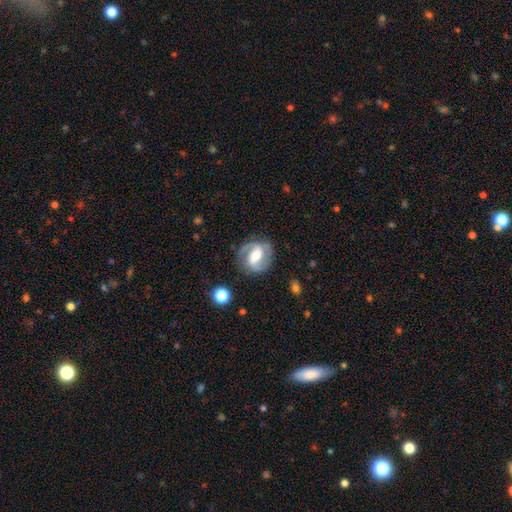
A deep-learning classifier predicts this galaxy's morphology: Smooth or featured? Predicted: featured or disk (p=0.80). Edge-on disk? Predicted: no (p=0.97). Bar? Predicted: weak (p=0.43). Spiral arms? Predicted: yes (p=0.93). Spiral winding? Predicted: medium (p=0.52). Spiral arm count? Predicted: 2 (p=0.88). Bulge size? Predicted: moderate (p=0.61). Merging? Predicted: none (p=0.79).